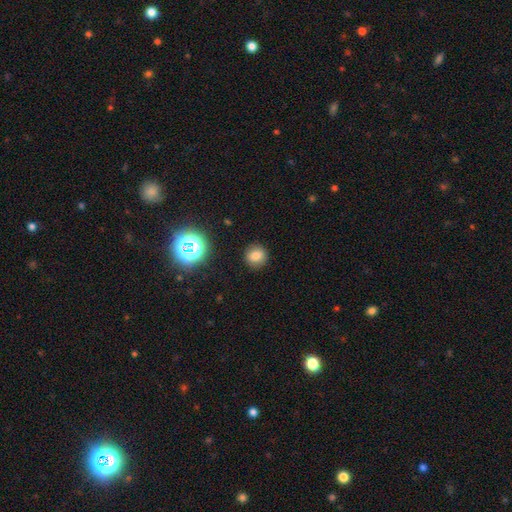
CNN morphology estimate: This is likely a smooth galaxy (77%). How rounded: clearly round (87%). Merging: clearly none (89%).